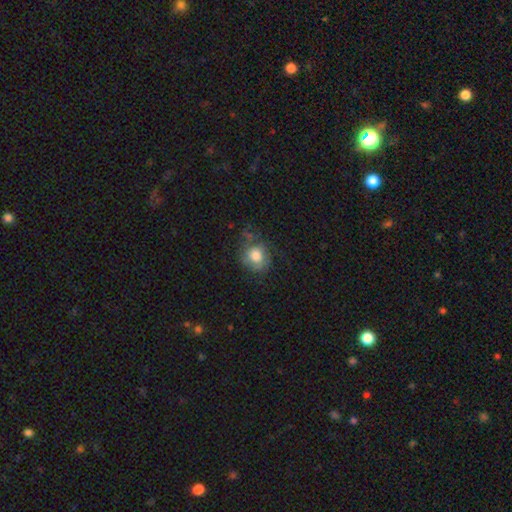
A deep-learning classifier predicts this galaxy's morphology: Smooth or featured: smooth — 71% (featured or disk — 20%)
How rounded: round — 77% (in between — 22%)
Merging: none — 57% (minor disturbance — 25%)